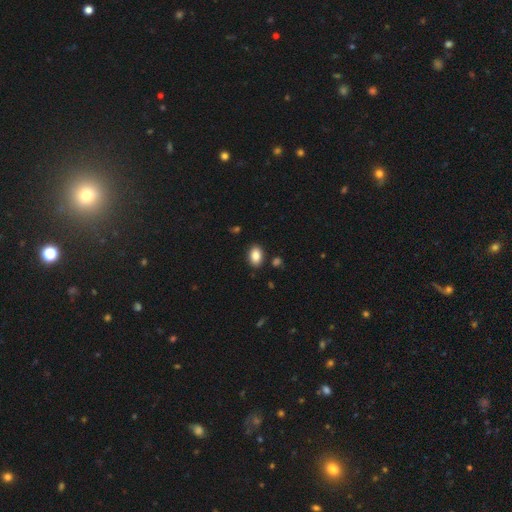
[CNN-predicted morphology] smooth_or_featured: smooth (p=0.87) [alt: star or artifact p=0.08]
how_rounded: in between (p=0.84) [alt: round p=0.15]
merging: none (p=0.87) [alt: minor disturbance p=0.09]